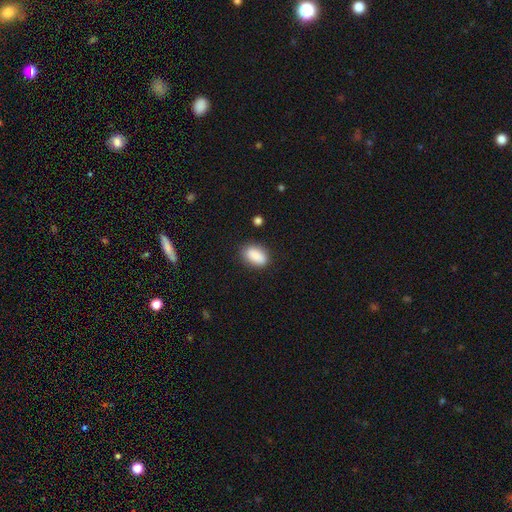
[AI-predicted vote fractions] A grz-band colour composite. It shows a smooth galaxy with no disk features (88%) that is in between round and cigar-shaped (89%). Merging: none (83%).